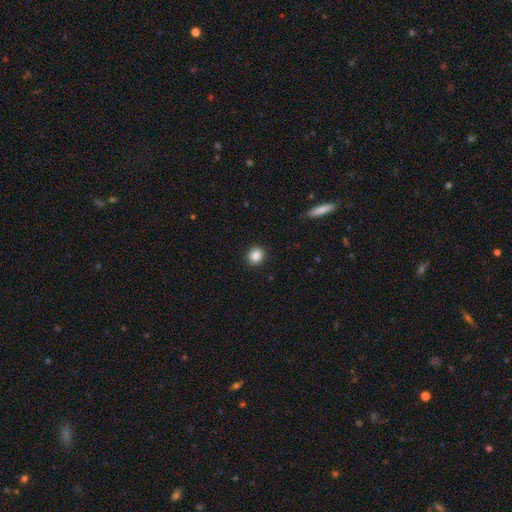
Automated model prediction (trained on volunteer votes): Smooth or featured? Predicted: smooth (p=0.87). How rounded? Predicted: round (p=0.85). Merging? Predicted: none (p=0.92).